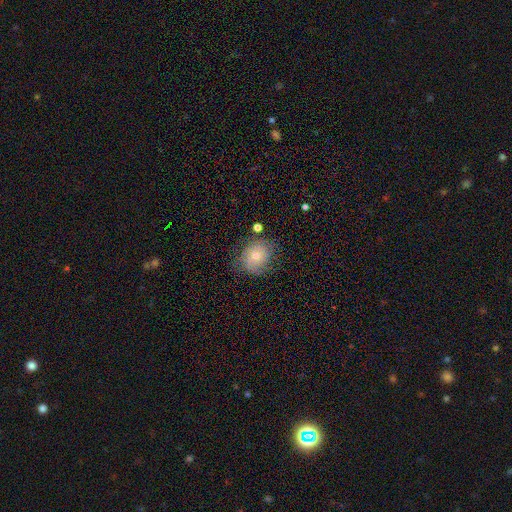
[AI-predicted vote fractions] A smooth galaxy with no disk features (57%) that is round (63%).

Vote fractions:
- Smooth or featured? smooth: 57% / featured or disk: 32% / star or artifact: 11%
- How rounded? round: 63% / in between: 36% / cigar-shaped: 1%
- Merging? none: 63% / minor disturbance: 23% / major disturbance: 11% / merger: 3%